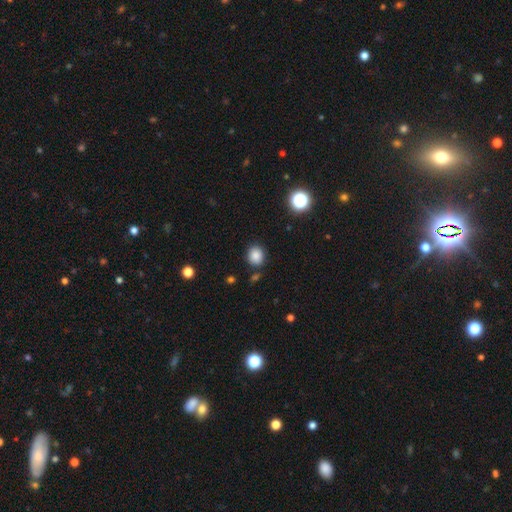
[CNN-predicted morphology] Overall: smooth (85%). How rounded: round (72%). Merging: none (85%).